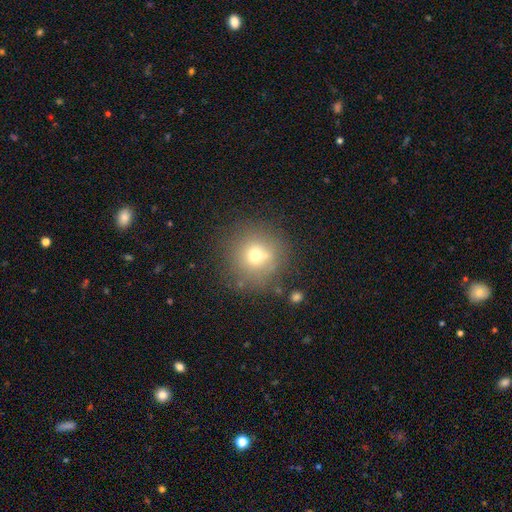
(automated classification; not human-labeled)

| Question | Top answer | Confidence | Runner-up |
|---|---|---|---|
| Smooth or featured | smooth | 66% | featured or disk (18%) |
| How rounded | round | 94% | in between (5%) |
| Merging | none | 72% | merger (12%) |